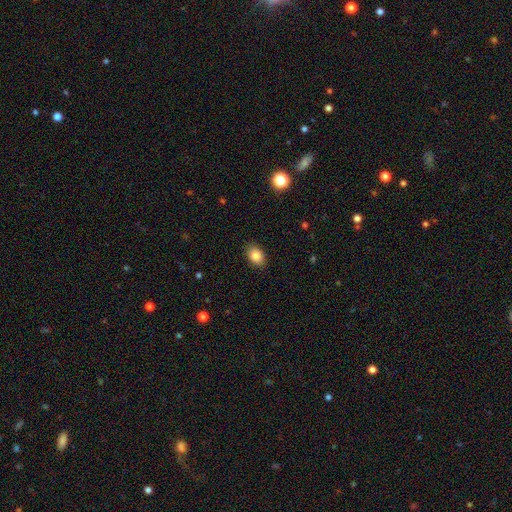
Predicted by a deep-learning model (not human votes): smooth_or_featured: smooth (p=0.85) [alt: star or artifact p=0.09]
how_rounded: in between (p=0.80) [alt: round p=0.19]
merging: none (p=0.88) [alt: minor disturbance p=0.09]